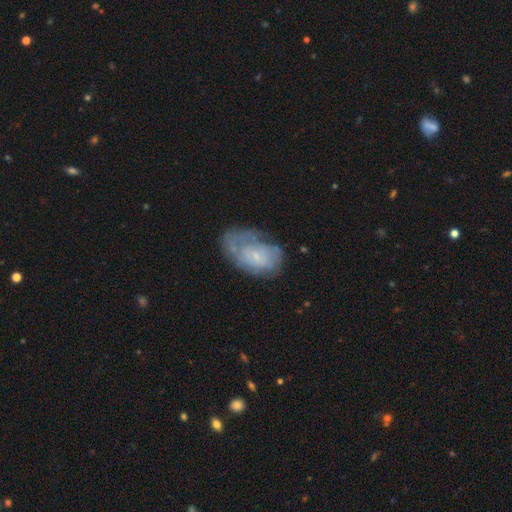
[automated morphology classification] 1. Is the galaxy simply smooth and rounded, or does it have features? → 55% featured or disk, 36% smooth, 8% star or artifact.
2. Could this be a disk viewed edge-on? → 96% no, 4% yes.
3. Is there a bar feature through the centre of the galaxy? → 77% no, 20% weak, 3% strong.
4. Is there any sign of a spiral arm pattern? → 57% yes, 43% no.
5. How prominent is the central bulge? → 70% small, 14% moderate, 13% none, 2% large, 1% dominant.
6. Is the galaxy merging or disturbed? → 46% none, 28% minor disturbance, 22% major disturbance, 4% merger.